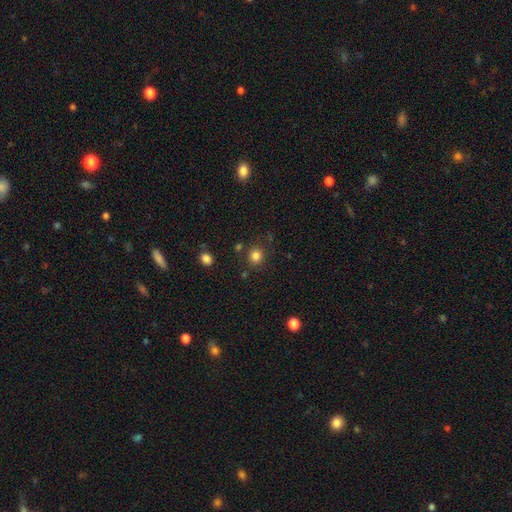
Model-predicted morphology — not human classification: Smooth or featured: smooth — 82% (star or artifact — 13%)
How rounded: round — 87% (in between — 12%)
Merging: none — 82% (minor disturbance — 9%)